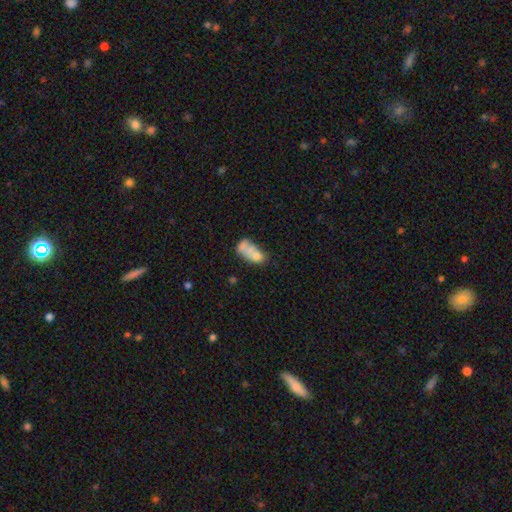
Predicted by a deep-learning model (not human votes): smooth 61%, featured or disk 29%, star or artifact 10%. Down the decision tree: how rounded — in between (83%); merging — merger (48%).